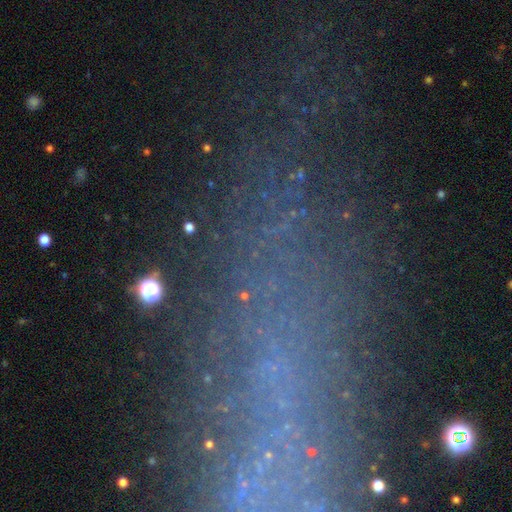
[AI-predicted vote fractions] Smooth or featured: star or artifact — 54% (featured or disk — 24%)